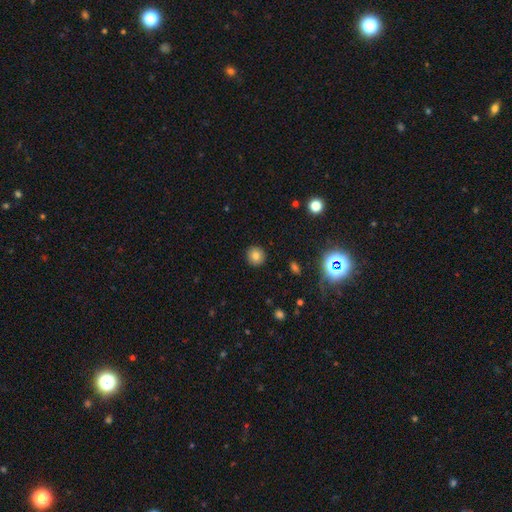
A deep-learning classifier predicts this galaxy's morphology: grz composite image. It shows a smooth galaxy with no disk features (80%) that is round (92%). Merging: none (91%).